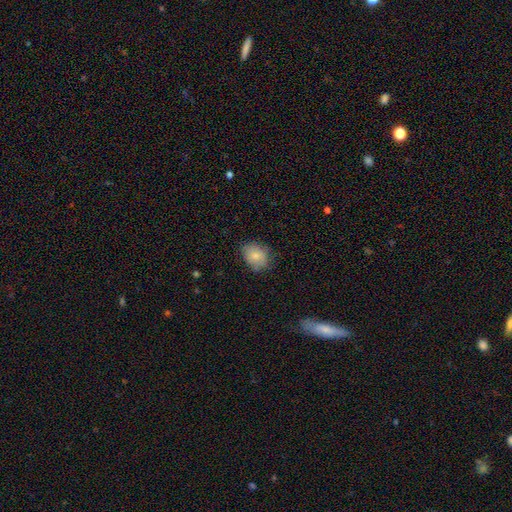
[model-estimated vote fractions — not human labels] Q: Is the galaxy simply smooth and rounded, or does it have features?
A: smooth — 82%.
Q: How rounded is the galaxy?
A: in between — 55%.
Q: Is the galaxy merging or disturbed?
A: none — 74%.